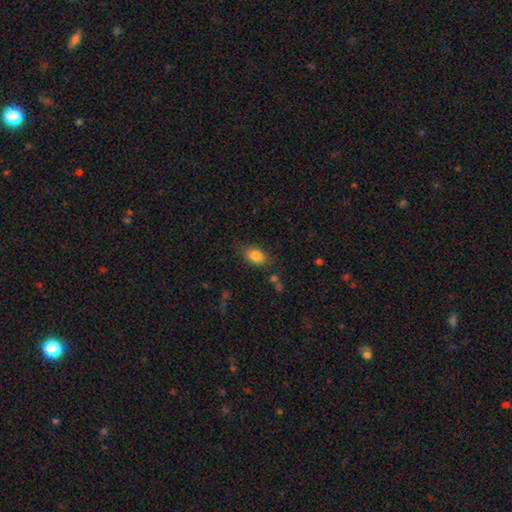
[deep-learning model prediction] Morphology: type=smooth (84%); roundness=in between (82%); merging=none (77%).